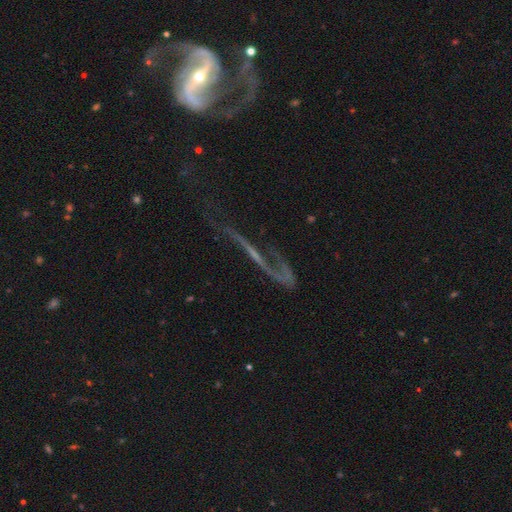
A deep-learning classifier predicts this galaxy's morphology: Q: Smooth or featured?
A: featured or disk (72%); runner-up: star or artifact (15%)
Q: Edge-on disk?
A: no (75%); runner-up: yes (25%)
Q: Bar?
A: no (42%); runner-up: strong (33%)
Q: Spiral arms?
A: yes (69%); runner-up: no (31%)
Q: Bulge size?
A: small (44%); runner-up: none (40%)
Q: Merging?
A: major disturbance (44%); runner-up: none (30%)